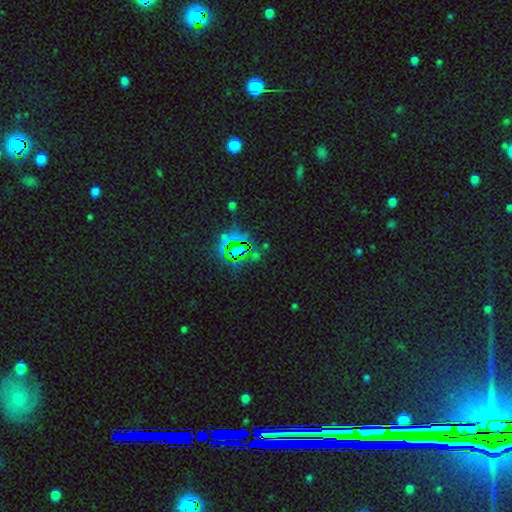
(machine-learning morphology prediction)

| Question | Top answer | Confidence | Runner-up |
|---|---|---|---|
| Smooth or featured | star or artifact | 74% | smooth (17%) |